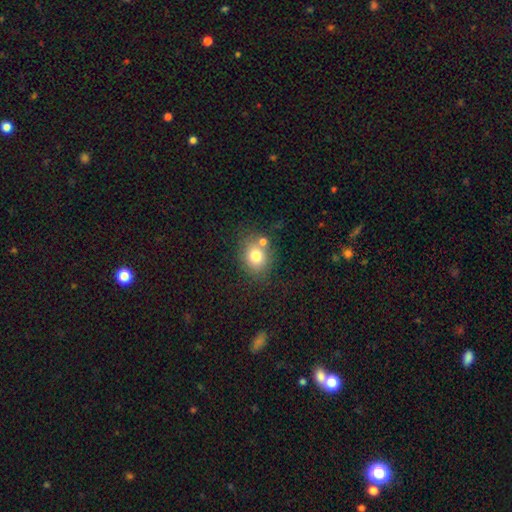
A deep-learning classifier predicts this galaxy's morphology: This appears to be a smooth galaxy with no disk features (76%) that is round (64%). Merging: none (63%).